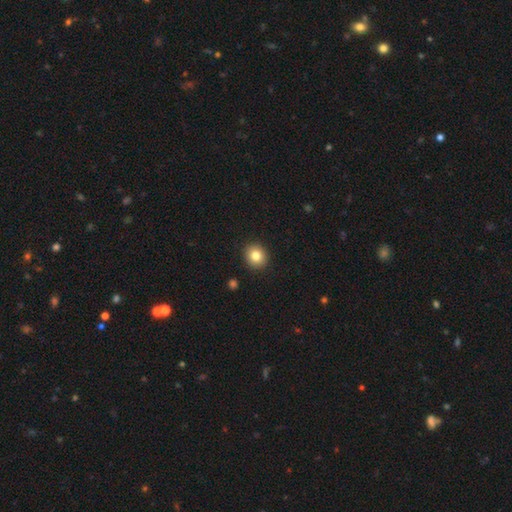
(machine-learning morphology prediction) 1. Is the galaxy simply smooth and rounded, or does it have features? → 82% smooth, 10% star or artifact, 8% featured or disk.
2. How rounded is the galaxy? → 85% round, 14% in between, 1% cigar-shaped.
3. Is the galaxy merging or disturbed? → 91% none, 6% minor disturbance, 2% major disturbance, 1% merger.